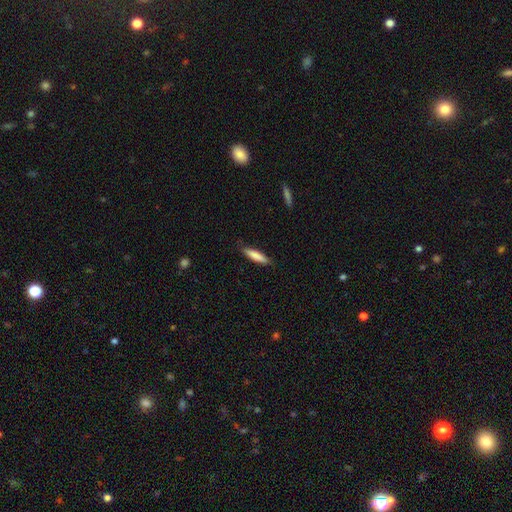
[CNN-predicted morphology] smooth_or_featured: smooth (p=0.81) [alt: featured or disk p=0.14]
how_rounded: cigar-shaped (p=0.83) [alt: in between p=0.16]
merging: none (p=0.86) [alt: minor disturbance p=0.11]